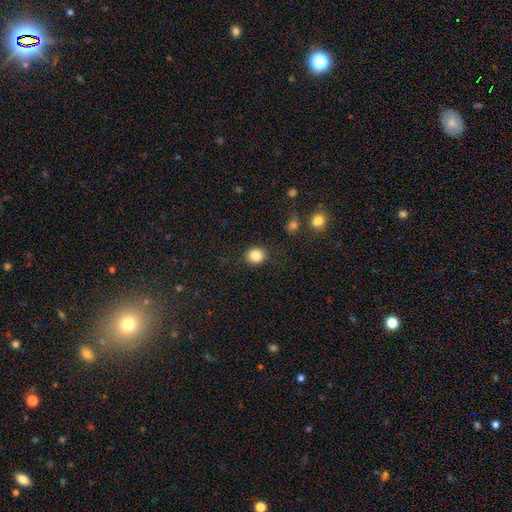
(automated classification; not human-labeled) Overall: smooth (85%). How rounded: round (79%). Merging: none (85%).